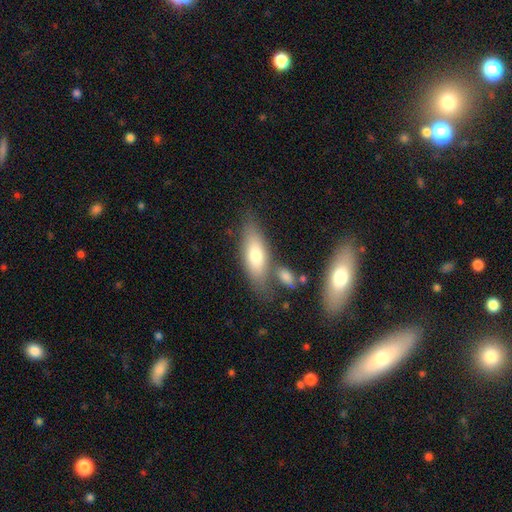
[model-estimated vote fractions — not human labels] A smooth galaxy with no disk features (68%) that is in between round and cigar-shaped (64%).

Vote fractions:
- Smooth or featured? smooth: 68% / featured or disk: 25% / star or artifact: 7%
- How rounded? in between: 64% / cigar-shaped: 34% / round: 2%
- Merging? none: 62% / merger: 19% / minor disturbance: 15% / major disturbance: 4%